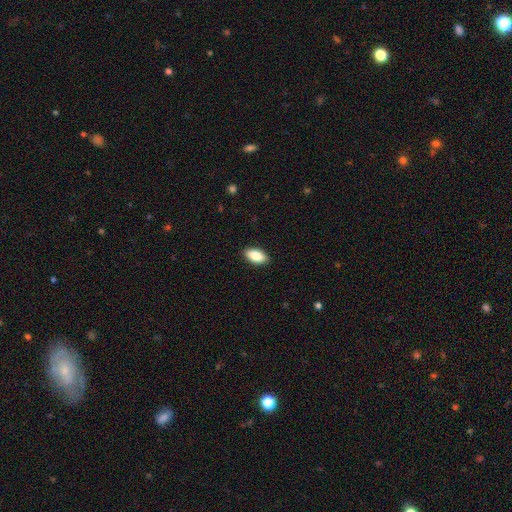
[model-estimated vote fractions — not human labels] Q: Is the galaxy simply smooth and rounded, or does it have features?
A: smooth — 85%.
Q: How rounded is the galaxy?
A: in between — 92%.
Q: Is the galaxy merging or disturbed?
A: none — 90%.